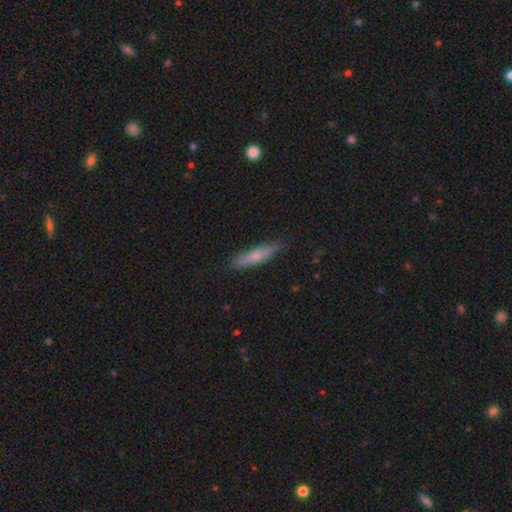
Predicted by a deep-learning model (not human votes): A smooth galaxy with no disk features (61%) that is cigar-shaped (85%). Merging: none (87%).